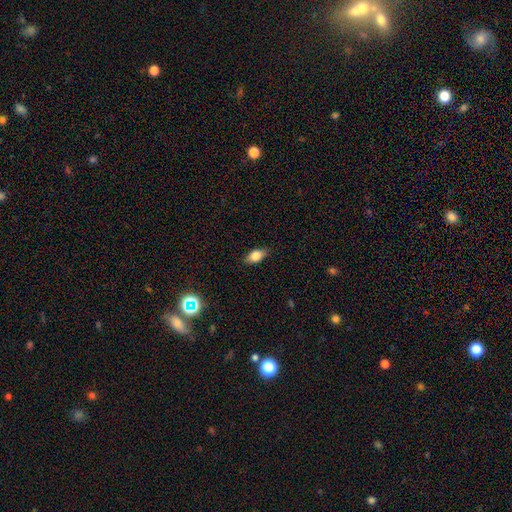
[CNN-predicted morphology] smooth-or-featured: smooth: 79% | featured or disk: 13% | star or artifact: 8%
  how-rounded: in between: 86% | round: 7% | cigar-shaped: 7%
  merging: none: 84% | minor disturbance: 12% | major disturbance: 2% | merger: 1%